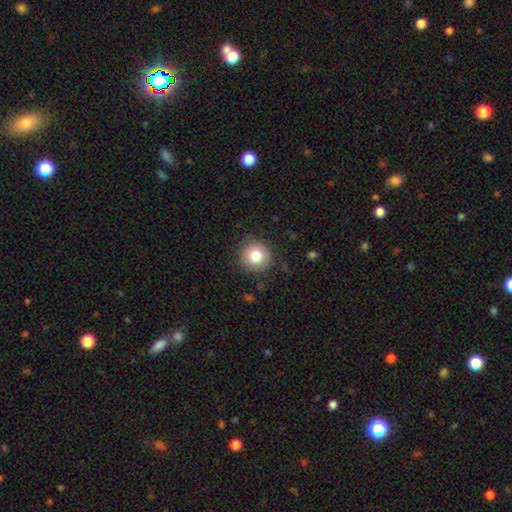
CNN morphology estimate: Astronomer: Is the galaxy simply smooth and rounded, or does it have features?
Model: smooth — 80%.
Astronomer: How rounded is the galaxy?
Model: round — 95%.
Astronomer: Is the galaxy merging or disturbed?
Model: none — 89%.